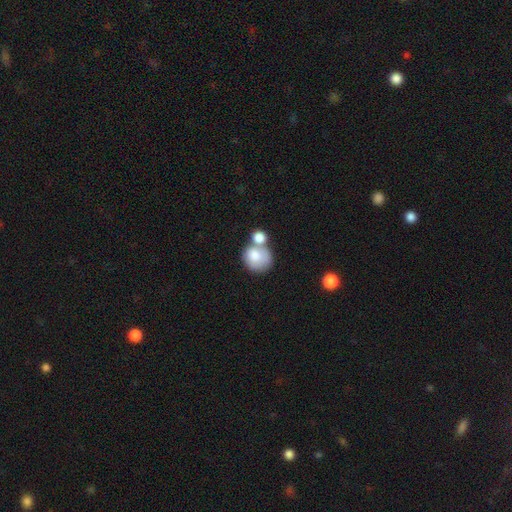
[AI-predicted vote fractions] smooth_or_featured: smooth (p=0.78) [alt: featured or disk p=0.15]
how_rounded: round (p=0.75) [alt: in between p=0.24]
merging: merger (p=0.47) [alt: none p=0.34]